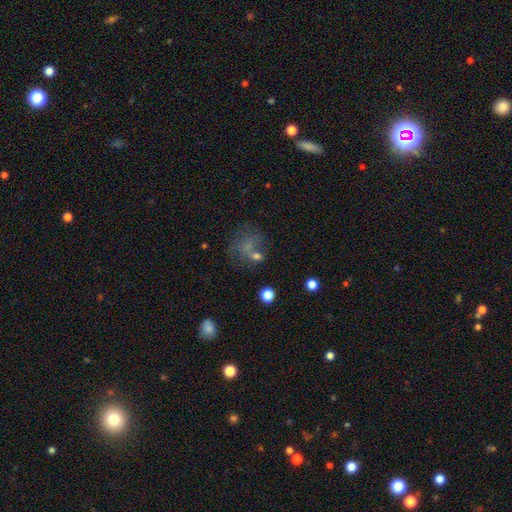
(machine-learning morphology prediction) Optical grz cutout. It shows a smooth galaxy with no disk features (52%) that is round (55%). Merging: none (37%).